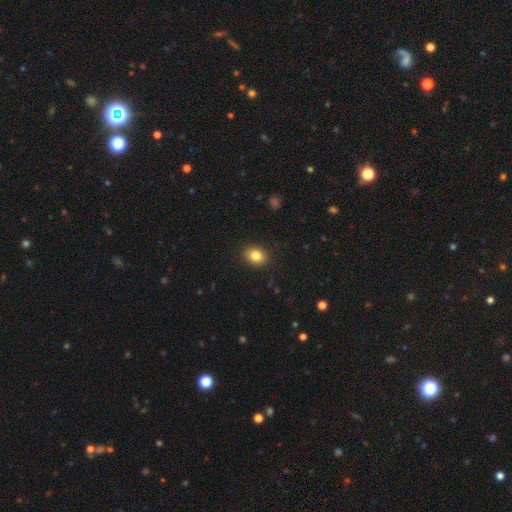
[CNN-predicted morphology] A smooth galaxy with no disk features (84%) that is in between round and cigar-shaped (59%).

Vote fractions:
- Smooth or featured? smooth: 84% / star or artifact: 9% / featured or disk: 7%
- How rounded? in between: 59% / round: 40% / cigar-shaped: 1%
- Merging? none: 89% / minor disturbance: 7% / major disturbance: 2% / merger: 1%